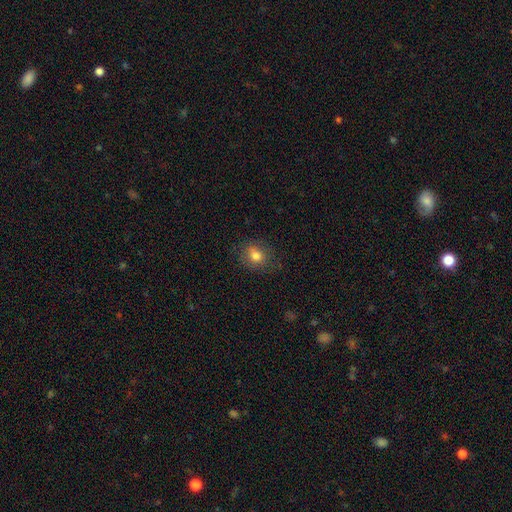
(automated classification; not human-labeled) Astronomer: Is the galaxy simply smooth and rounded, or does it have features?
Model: smooth — 79%.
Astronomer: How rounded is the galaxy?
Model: round — 54% (runner-up: in between, 45%).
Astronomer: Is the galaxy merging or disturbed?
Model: none — 77%.